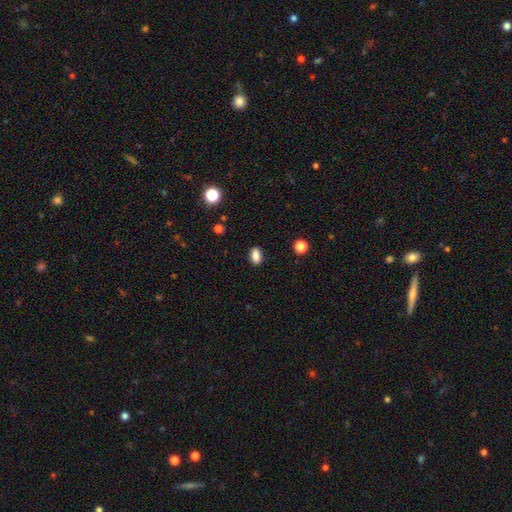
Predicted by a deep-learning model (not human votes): smooth 87%, star or artifact 9%, featured or disk 4%. Down the decision tree: how rounded — in between (87%); merging — none (88%).